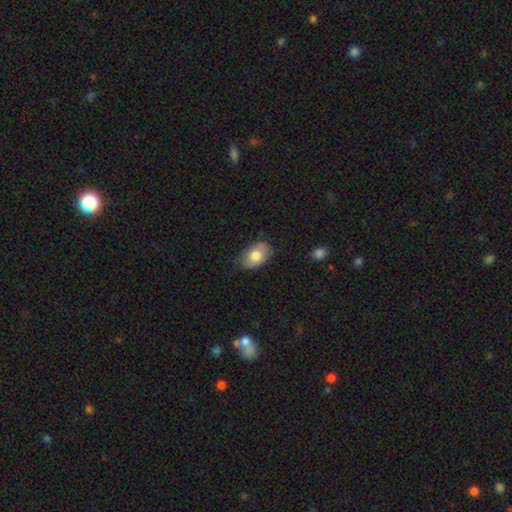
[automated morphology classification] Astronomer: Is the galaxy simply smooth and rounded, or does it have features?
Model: smooth — 77%.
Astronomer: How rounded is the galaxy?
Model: in between — 89%.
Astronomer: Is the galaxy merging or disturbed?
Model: none — 75%.